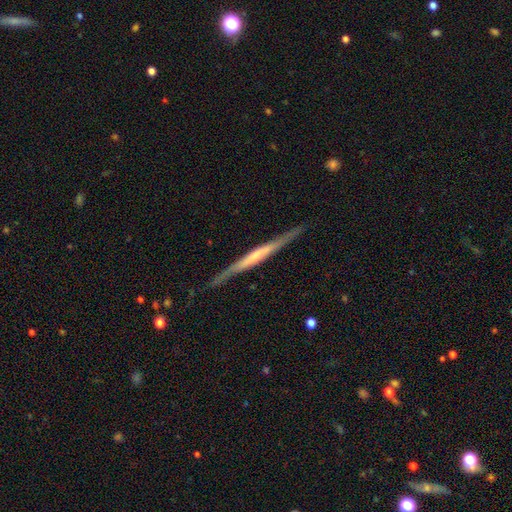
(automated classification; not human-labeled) Q: Smooth or featured?
A: featured or disk (68%); runner-up: smooth (26%)
Q: Edge-on disk?
A: yes (96%); runner-up: no (4%)
Q: Edge-on bulge?
A: none (55%); runner-up: rounded (27%)
Q: Merging?
A: none (85%); runner-up: minor disturbance (11%)